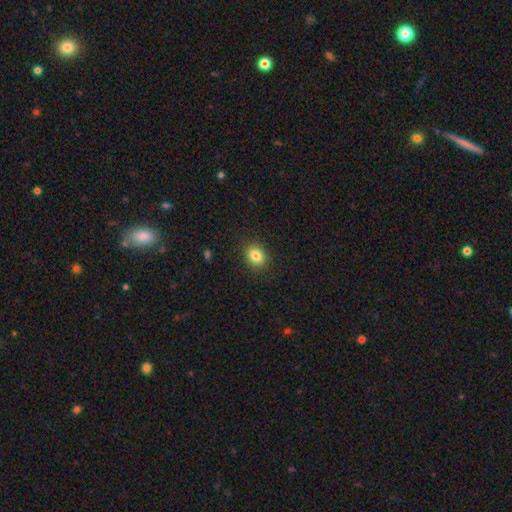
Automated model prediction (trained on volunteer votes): Smooth or featured? smooth (82%)
How rounded? round (58%)
Merging? none (89%)